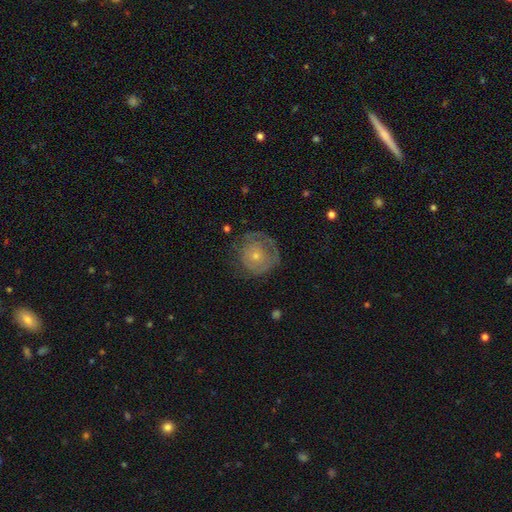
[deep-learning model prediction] smooth_or_featured: featured or disk (p=0.55) [alt: smooth p=0.36]
disk_edge_on: no (p=0.97) [alt: yes p=0.03]
bar: no (p=0.87) [alt: weak p=0.11]
has_spiral_arms: yes (p=0.58) [alt: no p=0.42]
bulge_size: small (p=0.66) [alt: moderate p=0.30]
merging: none (p=0.69) [alt: minor disturbance p=0.18]